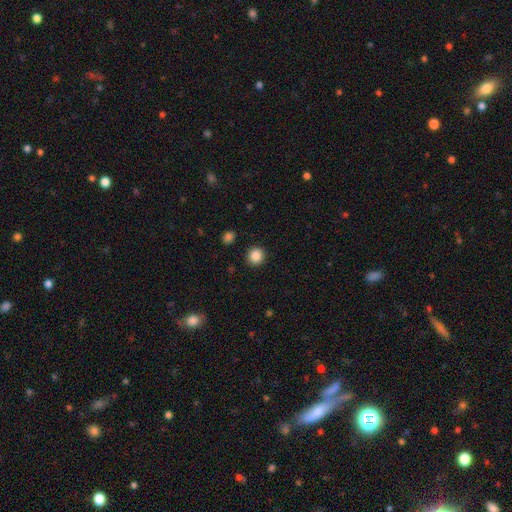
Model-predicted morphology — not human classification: This appears to be a smooth galaxy with no disk features (87%) that is round (90%). Merging: none (91%).